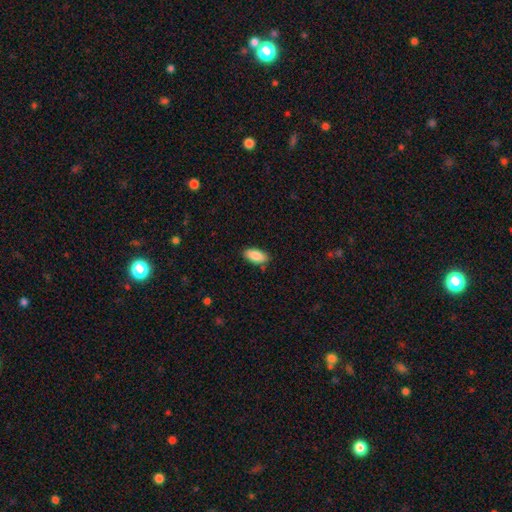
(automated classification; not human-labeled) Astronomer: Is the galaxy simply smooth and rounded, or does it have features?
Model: smooth — 87%.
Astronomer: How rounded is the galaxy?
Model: in between — 91%.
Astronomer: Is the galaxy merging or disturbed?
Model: none — 84%.